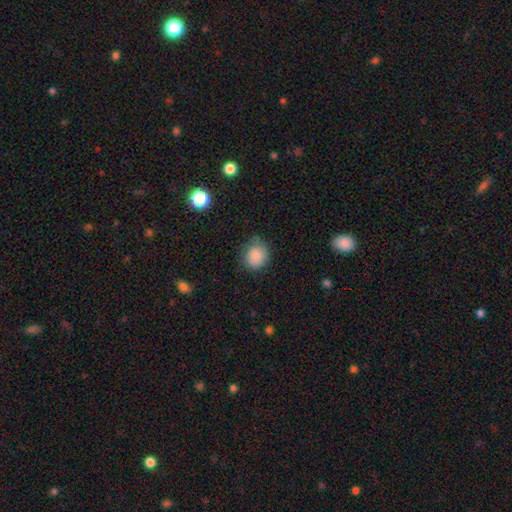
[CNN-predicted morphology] Smooth or featured?
  - smooth: 85% *
  - star or artifact: 9%
  - featured or disk: 6%
How rounded?
  - round: 78% *
  - in between: 21%
  - cigar-shaped: 1%
Merging?
  - none: 68% *
  - minor disturbance: 25%
  - major disturbance: 6%
  - merger: 2%